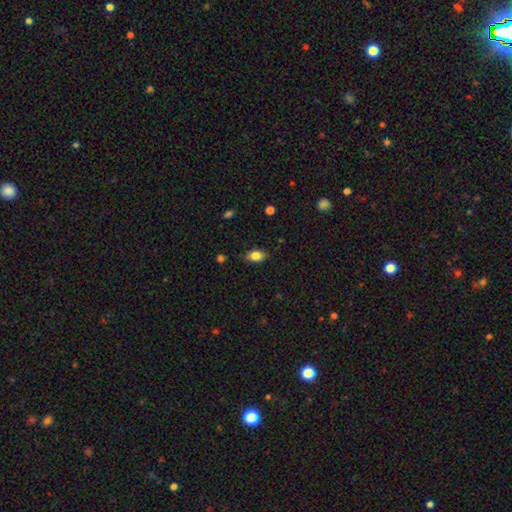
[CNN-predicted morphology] Smooth or featured? Predicted: smooth (p=0.79). How rounded? Predicted: in between (p=0.84). Merging? Predicted: none (p=0.80).